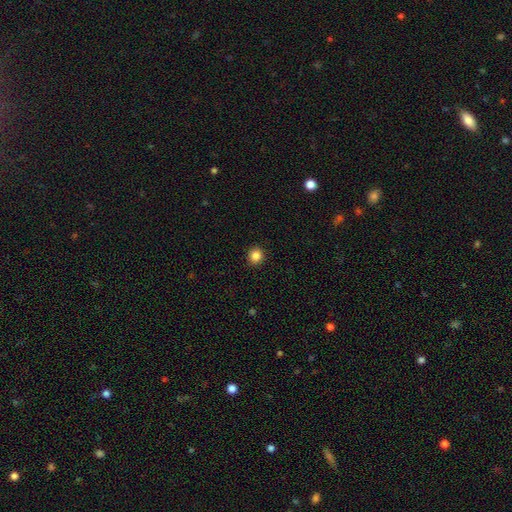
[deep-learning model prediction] Overall: smooth (85%). How rounded: round (91%). Merging: none (92%).